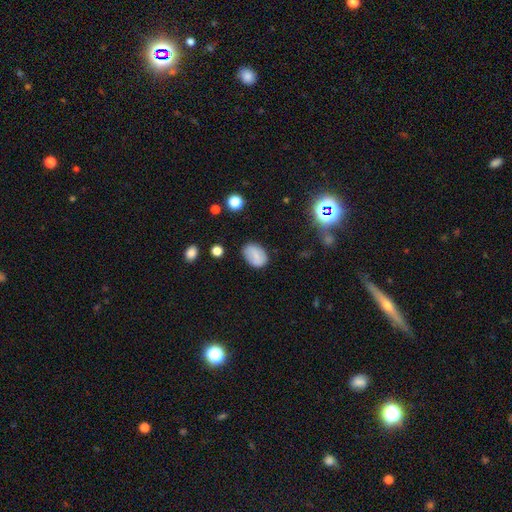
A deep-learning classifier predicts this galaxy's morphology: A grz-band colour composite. It shows a smooth galaxy with no disk features (71%) that is in between round and cigar-shaped (82%). Merging: none (78%).